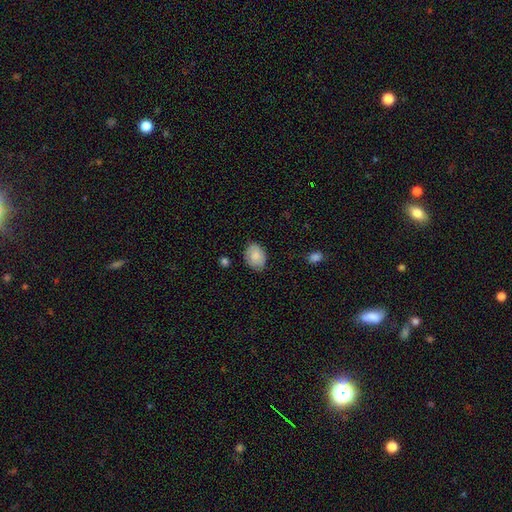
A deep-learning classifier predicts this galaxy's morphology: Q: Smooth or featured?
A: smooth (84%); runner-up: featured or disk (9%)
Q: How rounded?
A: in between (76%); runner-up: round (23%)
Q: Merging?
A: none (80%); runner-up: minor disturbance (15%)